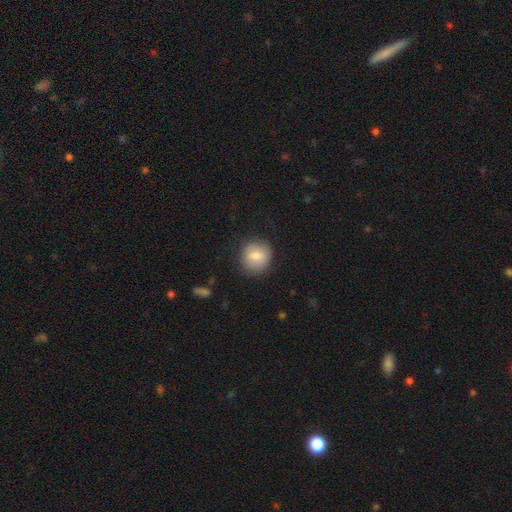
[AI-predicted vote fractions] A smooth galaxy with no disk features (79%) that is round (89%). Merging: none (84%).